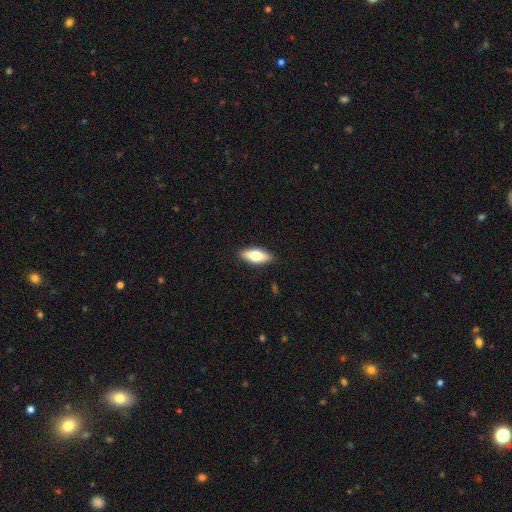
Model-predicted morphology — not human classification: Overall: smooth (64%; featured or disk 30%). How rounded: in between (75%). Merging: none (89%).